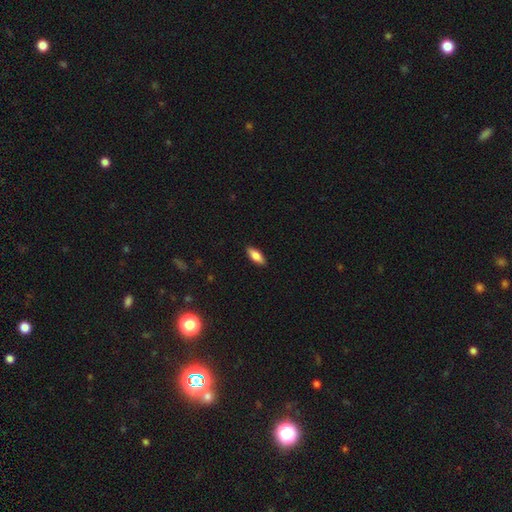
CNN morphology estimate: This appears to be a smooth galaxy with no disk features (81%) that is in between round and cigar-shaped (74%). Merging: none (90%).